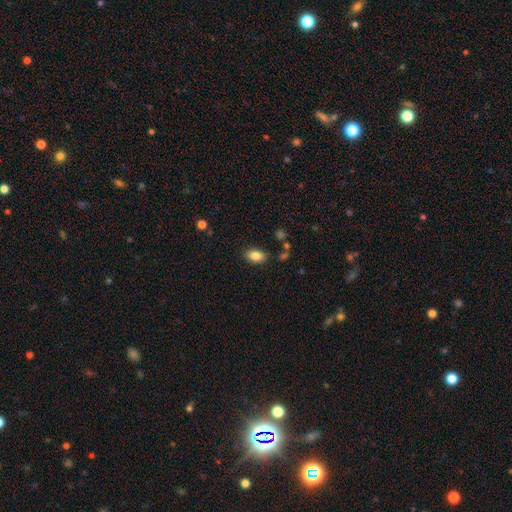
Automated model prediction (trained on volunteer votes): Overall: smooth (85%). How rounded: in between (91%). Merging: none (84%).